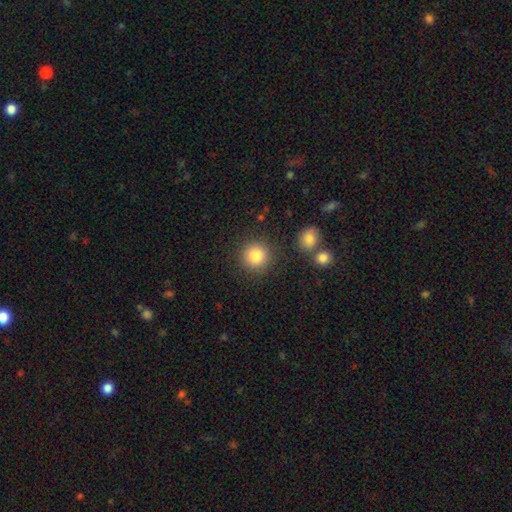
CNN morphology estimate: The model was most divided on "smooth or featured": smooth: 84%, star or artifact: 10%, featured or disk: 6%. More confident: how rounded — round (93%); merging — none (85%).